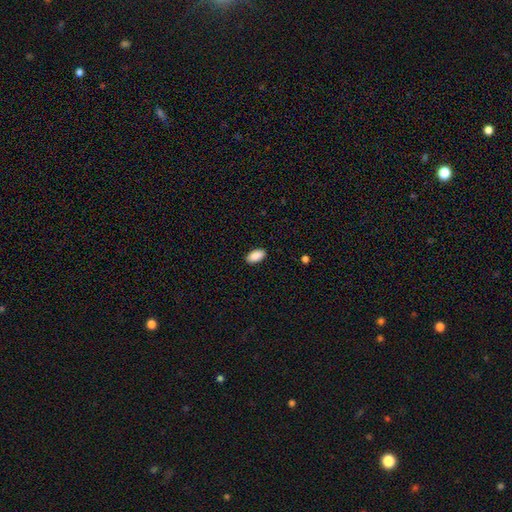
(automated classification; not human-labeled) smooth 90%, star or artifact 7%, featured or disk 3%. Down the decision tree: how rounded — in between (94%); merging — none (89%).